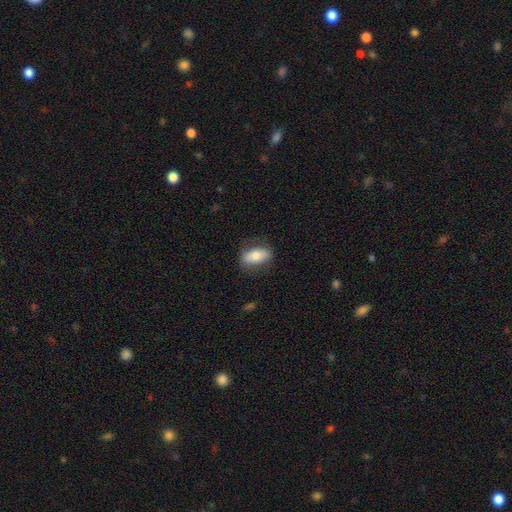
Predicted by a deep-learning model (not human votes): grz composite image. It shows a smooth galaxy with no disk features (70%) that is in between round and cigar-shaped (83%). Merging: none (76%).